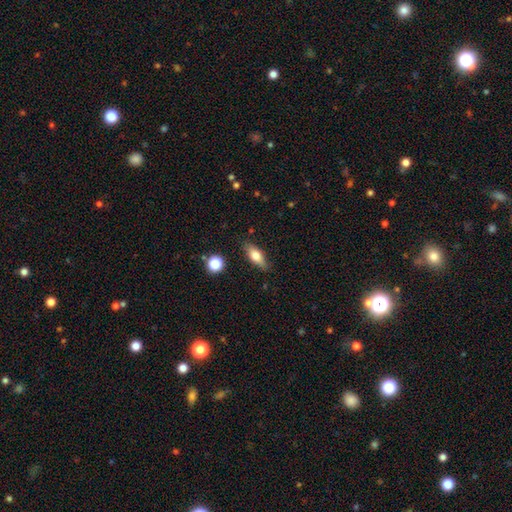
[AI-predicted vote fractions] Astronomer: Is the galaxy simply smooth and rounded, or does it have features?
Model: smooth — 71%.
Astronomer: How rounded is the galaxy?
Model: in between — 70%.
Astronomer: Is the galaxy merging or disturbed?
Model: none — 83%.